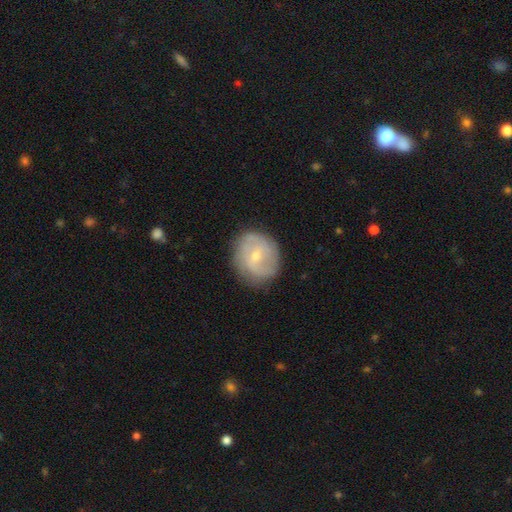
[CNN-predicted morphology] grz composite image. It shows a featured or disk galaxy (62%) with a weak bar (48%), spiral arms (81%) and a small central bulge (66%). Merging: none (79%).